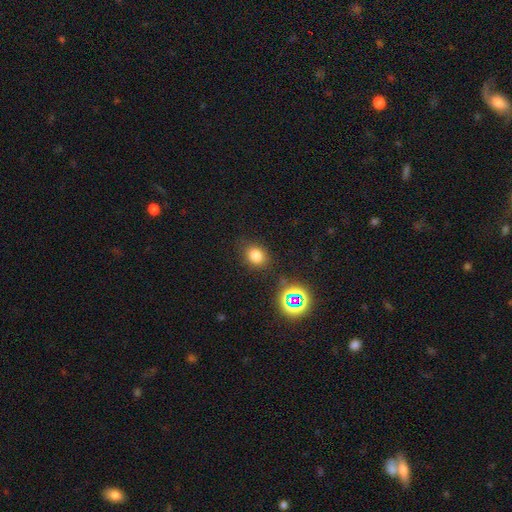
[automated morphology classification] A smooth galaxy with no disk features (75%) that is round (55%).

Vote fractions:
- Smooth or featured? smooth: 75% / star or artifact: 18% / featured or disk: 7%
- How rounded? round: 55% / in between: 44% / cigar-shaped: 1%
- Merging? none: 82% / minor disturbance: 11% / major disturbance: 4% / merger: 3%